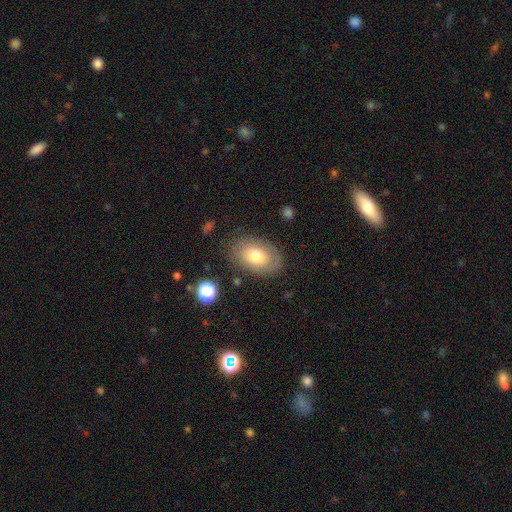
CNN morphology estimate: Overall: smooth (70%). How rounded: in between (85%). Merging: none (80%).